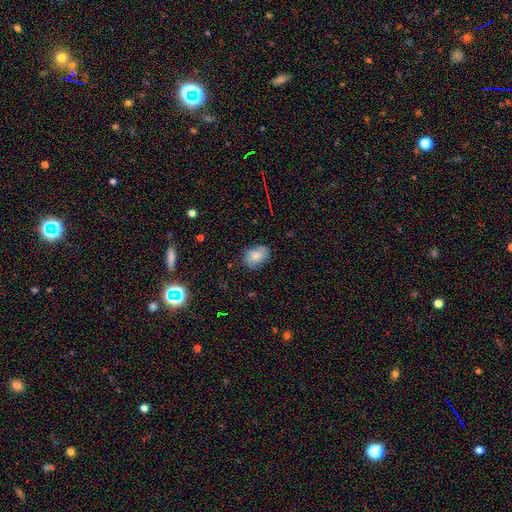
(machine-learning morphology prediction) Smooth or featured? Predicted: smooth (p=0.75). How rounded? Predicted: in between (p=0.73). Merging? Predicted: none (p=0.73).